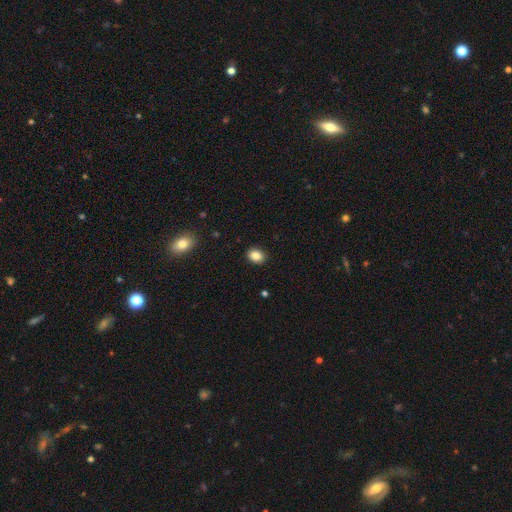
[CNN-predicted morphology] This appears to be a smooth galaxy with no disk features (85%) that is in between round and cigar-shaped (56%). Merging: none (90%).